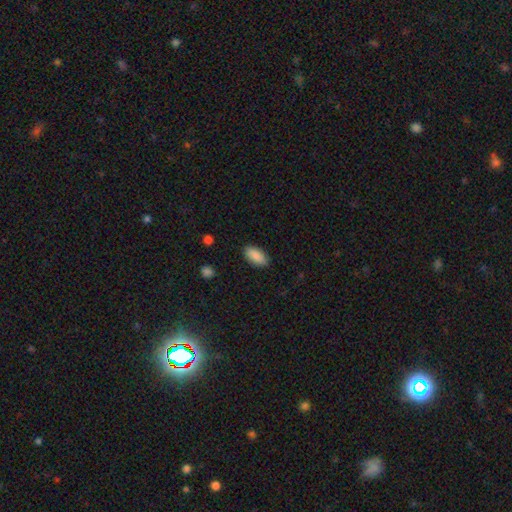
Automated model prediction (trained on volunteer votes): Morphology: type=smooth (87%); roundness=in between (92%); merging=none (87%).